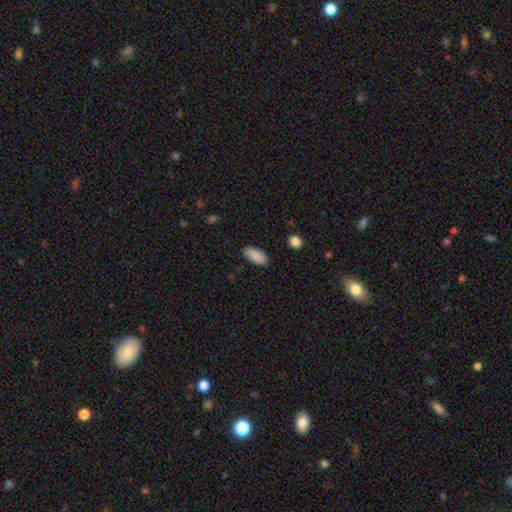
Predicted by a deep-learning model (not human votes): Smooth or featured: smooth — 89% (star or artifact — 6%)
How rounded: in between — 91% (cigar-shaped — 7%)
Merging: none — 87% (minor disturbance — 10%)